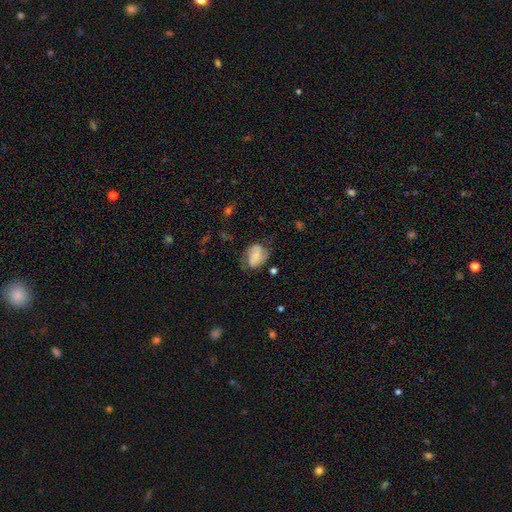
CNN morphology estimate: This is possibly a smooth galaxy (48%). Merging: possibly none (51%).